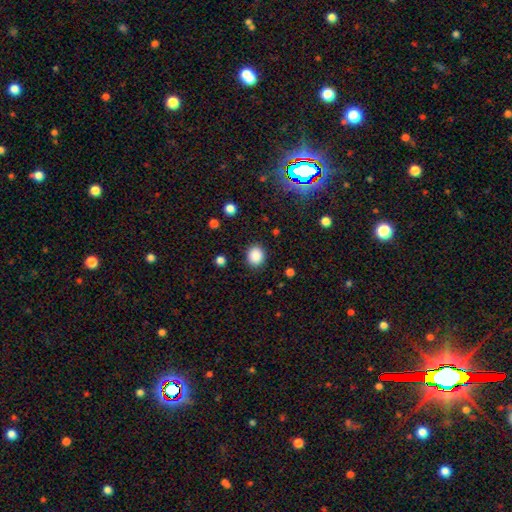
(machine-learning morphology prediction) Overall: smooth (87%). How rounded: round (74%). Merging: none (88%).